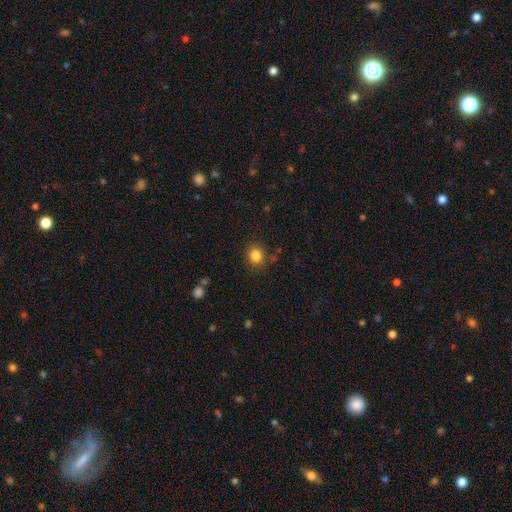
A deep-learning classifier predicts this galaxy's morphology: Smooth or featured? Predicted: smooth (p=0.84). How rounded? Predicted: round (p=0.74). Merging? Predicted: none (p=0.84).